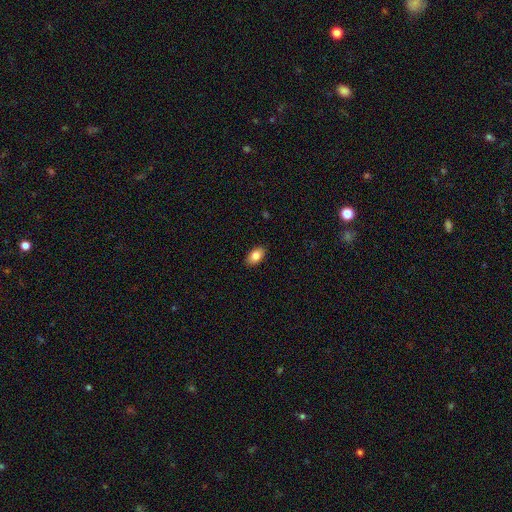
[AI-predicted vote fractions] This is clearly a smooth galaxy (84%). How rounded: clearly in between (92%). Merging: clearly none (89%).